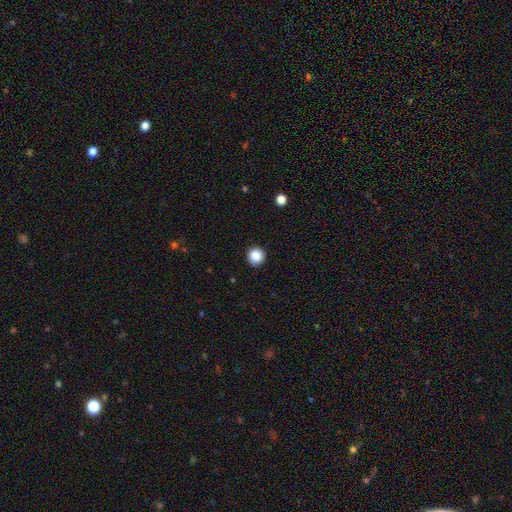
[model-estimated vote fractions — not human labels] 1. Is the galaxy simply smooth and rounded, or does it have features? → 87% smooth, 10% star or artifact, 3% featured or disk.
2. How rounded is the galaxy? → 93% round, 6% in between, 1% cigar-shaped.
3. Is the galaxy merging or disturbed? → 93% none, 5% minor disturbance, 2% major disturbance, 1% merger.